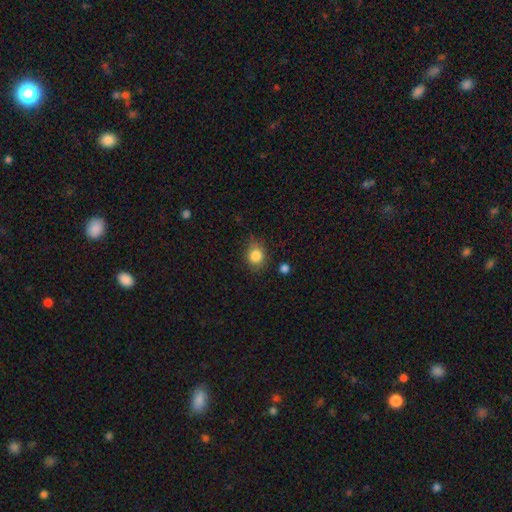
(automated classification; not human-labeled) Smooth or featured? Predicted: smooth (p=0.84). How rounded? Predicted: round (p=0.60). Merging? Predicted: none (p=0.78).